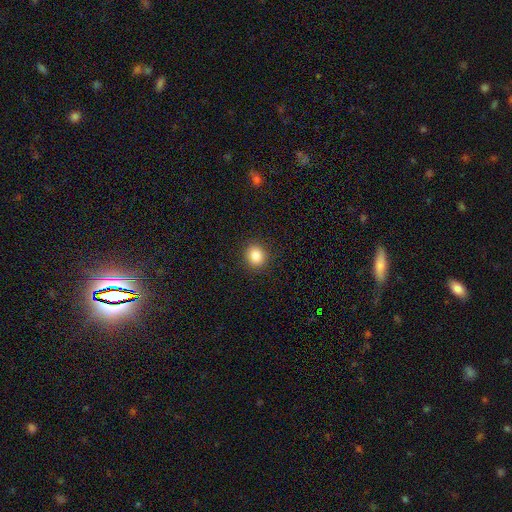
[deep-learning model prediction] A smooth galaxy with no disk features (85%) that is round (82%).

Vote fractions:
- Smooth or featured? smooth: 85% / star or artifact: 10% / featured or disk: 5%
- How rounded? round: 82% / in between: 17% / cigar-shaped: 1%
- Merging? none: 91% / minor disturbance: 6% / major disturbance: 2% / merger: 1%